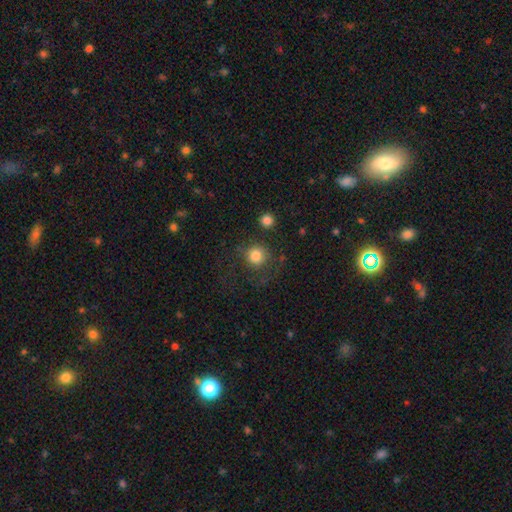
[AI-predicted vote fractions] The model was most divided on "merging": none: 69%, minor disturbance: 13%, major disturbance: 12%, merger: 6%. More confident: how rounded — round (92%); smooth or featured — smooth (81%).